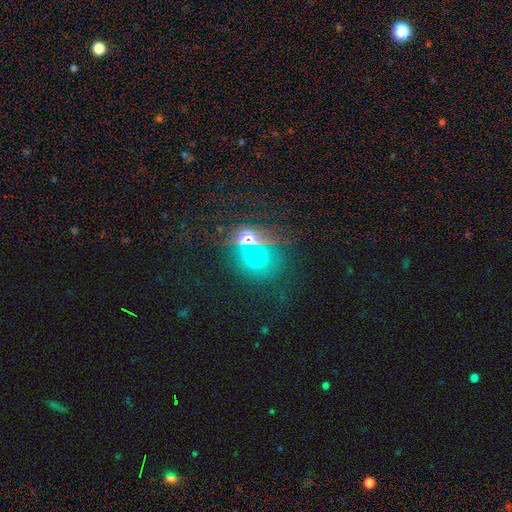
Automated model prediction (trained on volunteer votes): This is possibly a smooth galaxy (48%). Merging: likely none (65%).